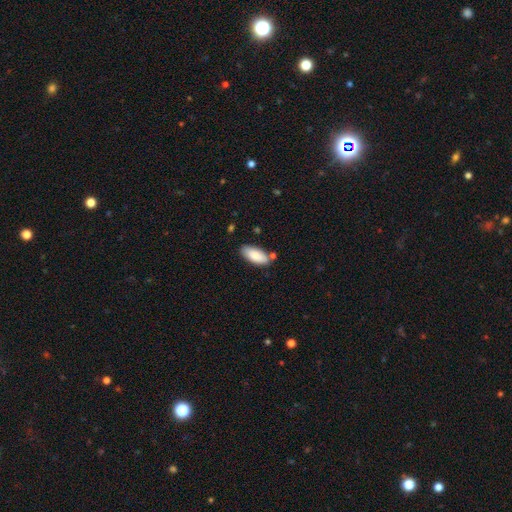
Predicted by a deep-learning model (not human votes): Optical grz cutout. It shows a smooth galaxy with no disk features (85%) that is in between round and cigar-shaped (86%). Merging: none (76%).